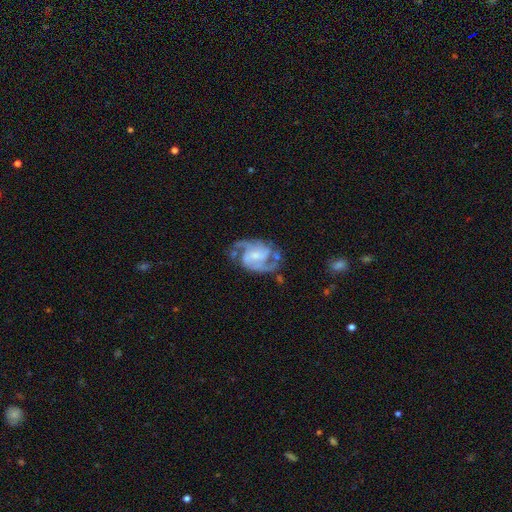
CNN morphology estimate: Smooth or featured? featured or disk (90%)
Edge-on disk? no (98%)
Bar? weak (47%)
Spiral arms? yes (97%)
Spiral winding? medium (58%)
Spiral arm count? 2 (77%)
Bulge size? small (52%)
Merging? none (69%)